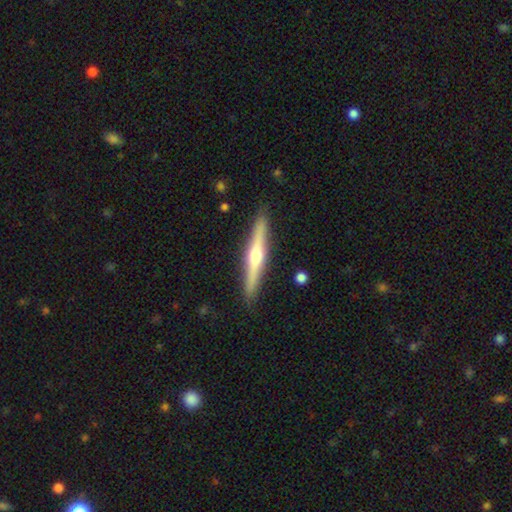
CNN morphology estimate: type=featured or disk (68%); edge-on=yes (97%); edge-on bulge=rounded (92%); merging=none (90%).